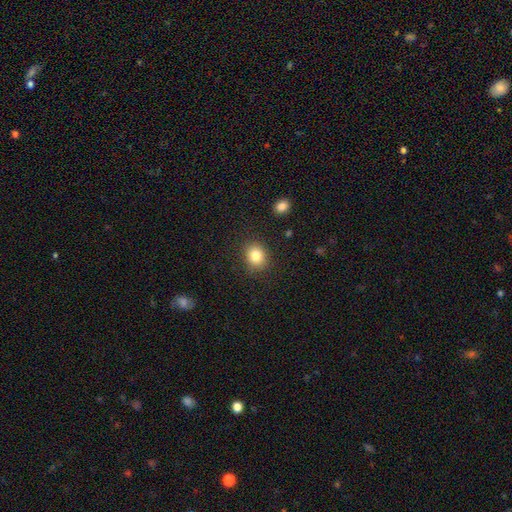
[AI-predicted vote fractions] smooth_or_featured: smooth (p=0.83) [alt: star or artifact p=0.10]
how_rounded: round (p=0.70) [alt: in between p=0.29]
merging: none (p=0.87) [alt: minor disturbance p=0.09]